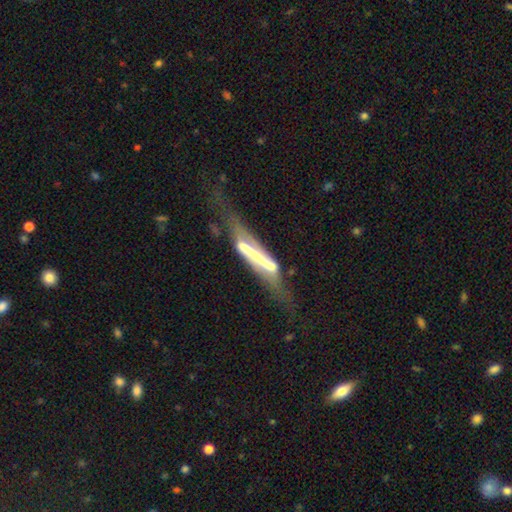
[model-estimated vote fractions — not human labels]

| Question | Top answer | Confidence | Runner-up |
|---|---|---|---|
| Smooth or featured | featured or disk | 67% | smooth (25%) |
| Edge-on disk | yes | 63% | no (37%) |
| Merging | major disturbance | 37% | none (30%) |